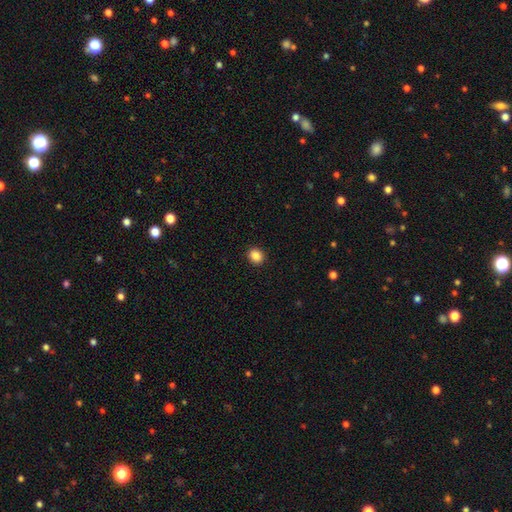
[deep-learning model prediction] This is clearly a smooth galaxy (87%). How rounded: likely round (69%). Merging: clearly none (92%).